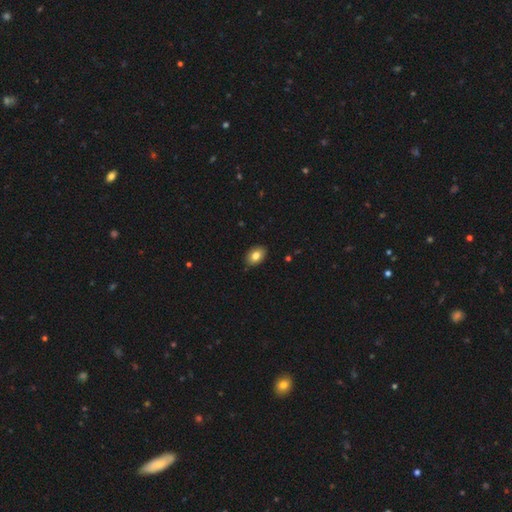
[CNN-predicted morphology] This is clearly a smooth galaxy (81%). How rounded: clearly in between (80%). Merging: clearly none (87%).